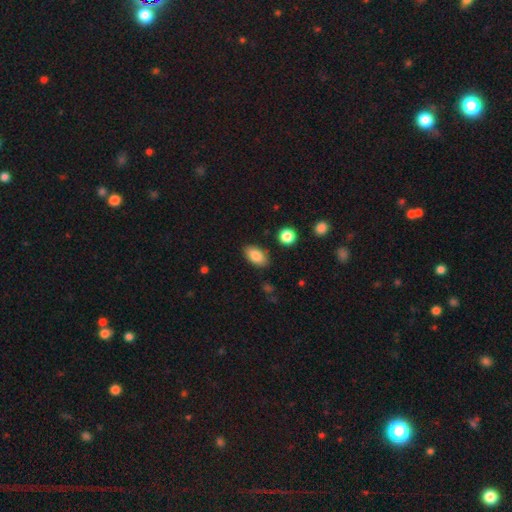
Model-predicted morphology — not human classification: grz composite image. It shows a smooth galaxy with no disk features (85%) that is in between round and cigar-shaped (92%). Merging: none (85%).